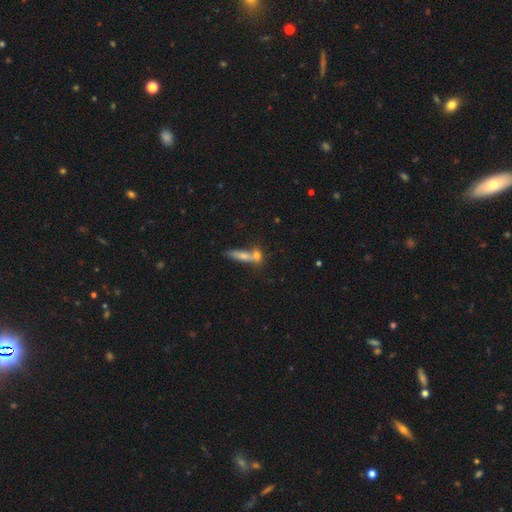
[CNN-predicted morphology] smooth_or_featured: smooth (p=0.59) [alt: featured or disk p=0.29]
how_rounded: cigar-shaped (p=0.60) [alt: in between p=0.28]
merging: none (p=0.46) [alt: merger p=0.39]